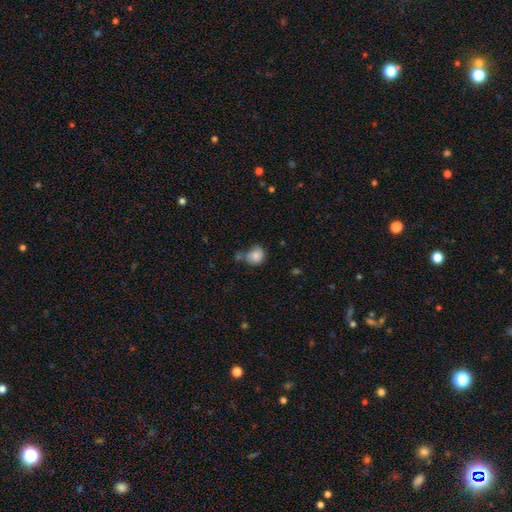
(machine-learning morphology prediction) smooth-or-featured: smooth: 81% | featured or disk: 11% | star or artifact: 9%
  how-rounded: round: 72% | in between: 27% | cigar-shaped: 1%
  merging: none: 47% | minor disturbance: 26% | merger: 18% | major disturbance: 9%